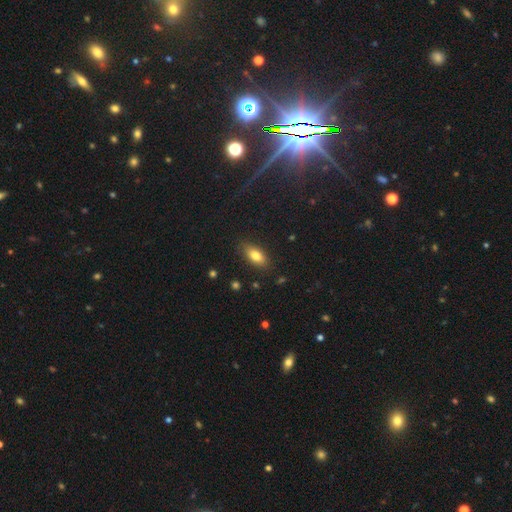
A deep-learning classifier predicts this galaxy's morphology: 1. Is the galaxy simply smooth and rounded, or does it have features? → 80% smooth, 12% featured or disk, 8% star or artifact.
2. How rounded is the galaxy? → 86% in between, 9% cigar-shaped, 5% round.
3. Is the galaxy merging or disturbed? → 85% none, 11% minor disturbance, 3% major disturbance, 1% merger.